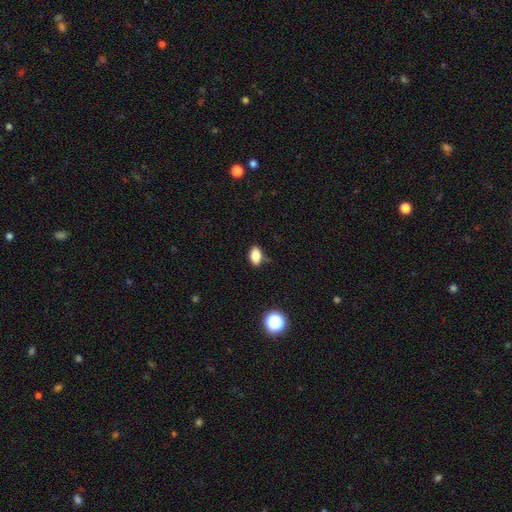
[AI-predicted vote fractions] smooth 83%, star or artifact 10%, featured or disk 7%. Down the decision tree: how rounded — in between (87%); merging — none (79%).